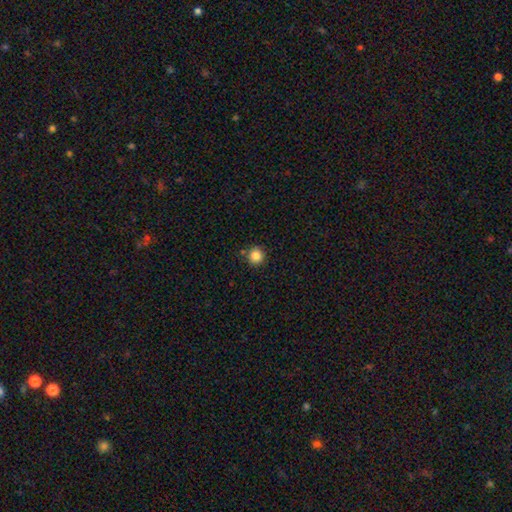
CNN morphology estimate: The model was most divided on "smooth or featured": smooth: 85%, star or artifact: 11%, featured or disk: 4%. More confident: how rounded — round (93%); merging — none (85%).